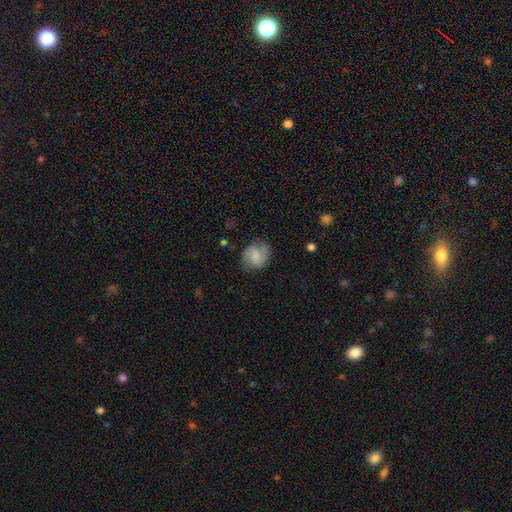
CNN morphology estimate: A smooth galaxy with no disk features (47%).

Vote fractions:
- Smooth or featured? smooth: 47% / featured or disk: 45% / star or artifact: 8%
- Merging? none: 73% / minor disturbance: 19% / major disturbance: 7% / merger: 1%